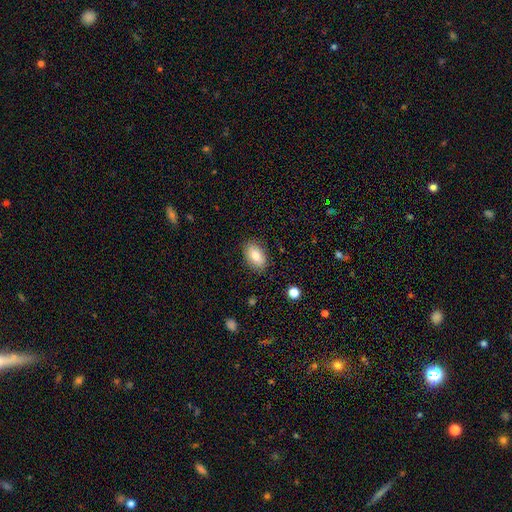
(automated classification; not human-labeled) smooth-or-featured: smooth: 85% | featured or disk: 8% | star or artifact: 7%
  how-rounded: in between: 91% | round: 7% | cigar-shaped: 2%
  merging: none: 85% | minor disturbance: 11% | major disturbance: 3% | merger: 1%